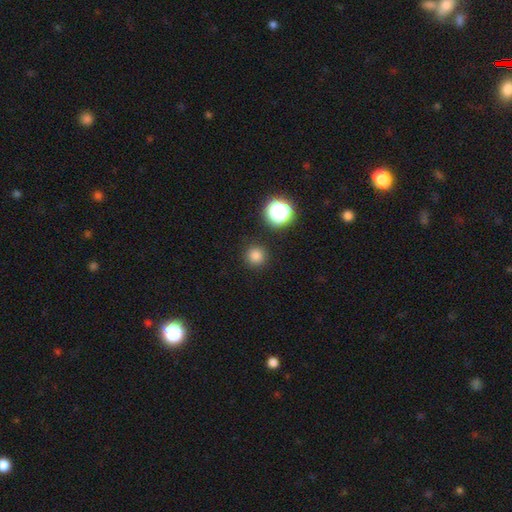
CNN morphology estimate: smooth-or-featured: smooth: 80% | star or artifact: 16% | featured or disk: 4%
  how-rounded: round: 95% | in between: 4% | cigar-shaped: 1%
  merging: none: 90% | minor disturbance: 5% | major disturbance: 2% | merger: 2%